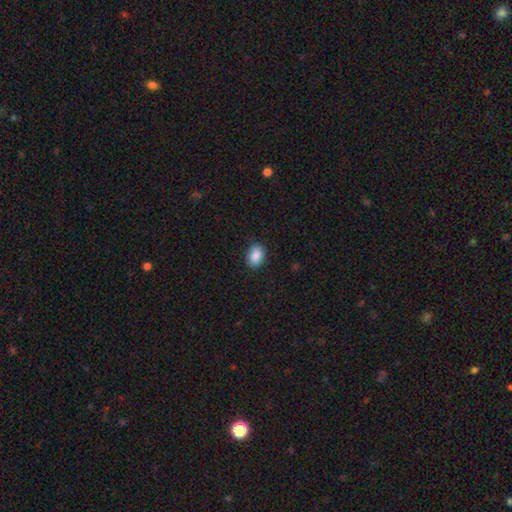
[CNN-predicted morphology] A smooth galaxy with no disk features (88%) that is in between round and cigar-shaped (72%).

Vote fractions:
- Smooth or featured? smooth: 88% / star or artifact: 8% / featured or disk: 4%
- How rounded? in between: 72% / round: 27% / cigar-shaped: 1%
- Merging? none: 84% / minor disturbance: 12% / major disturbance: 3% / merger: 1%